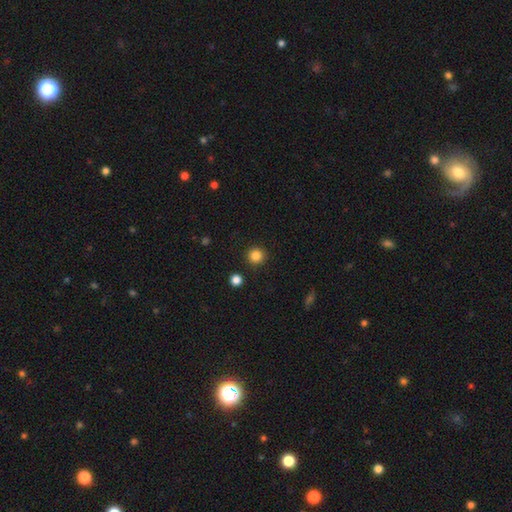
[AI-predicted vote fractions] Smooth or featured? smooth (85%)
How rounded? round (95%)
Merging? none (92%)